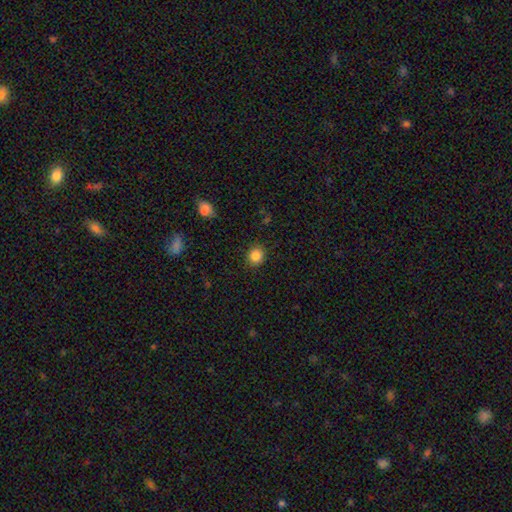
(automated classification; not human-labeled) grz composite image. It shows a smooth galaxy with no disk features (85%) that is round (80%). Merging: none (90%).